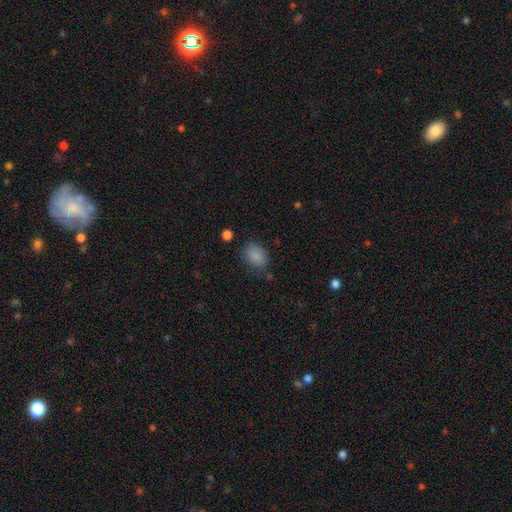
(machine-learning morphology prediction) Smooth or featured: smooth — 87% (star or artifact — 9%)
How rounded: in between — 72% (round — 27%)
Merging: none — 74% (minor disturbance — 18%)